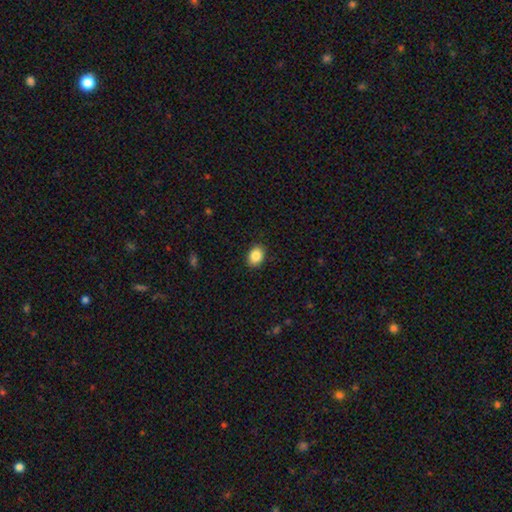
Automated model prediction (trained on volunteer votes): smooth 88%, star or artifact 8%, featured or disk 4%. Down the decision tree: how rounded — in between (69%); merging — none (89%).